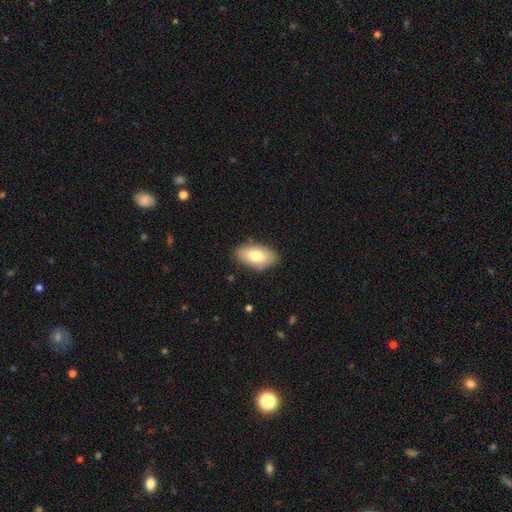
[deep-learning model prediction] The model was most divided on "smooth or featured": smooth: 80%, featured or disk: 14%, star or artifact: 6%. More confident: how rounded — in between (94%); merging — none (84%).